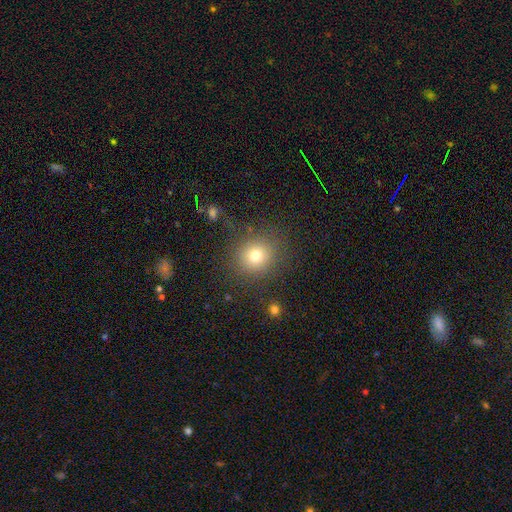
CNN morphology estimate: Smooth or featured?
  - smooth: 76% *
  - star or artifact: 15%
  - featured or disk: 9%
How rounded?
  - round: 83% *
  - in between: 16%
  - cigar-shaped: 1%
Merging?
  - none: 83% *
  - minor disturbance: 10%
  - major disturbance: 5%
  - merger: 2%